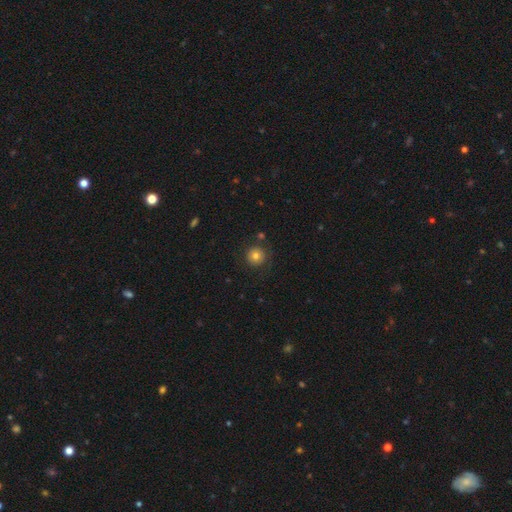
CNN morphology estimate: smooth-or-featured: smooth: 78% | star or artifact: 12% | featured or disk: 10%
  how-rounded: round: 95% | in between: 4% | cigar-shaped: 1%
  merging: none: 84% | minor disturbance: 10% | major disturbance: 4% | merger: 3%